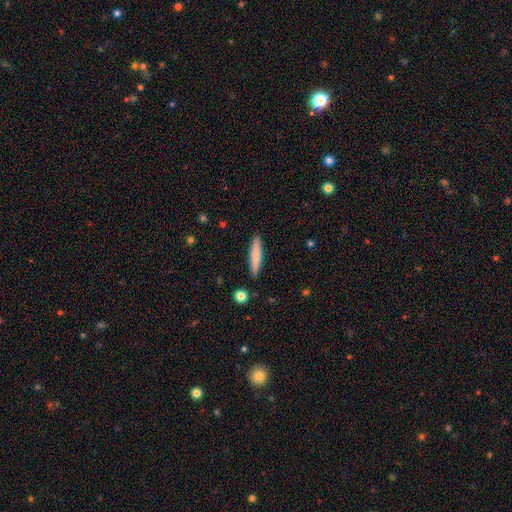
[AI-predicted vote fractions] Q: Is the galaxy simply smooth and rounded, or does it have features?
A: smooth — 72%.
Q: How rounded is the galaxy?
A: cigar-shaped — 92%.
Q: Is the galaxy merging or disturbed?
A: none — 90%.